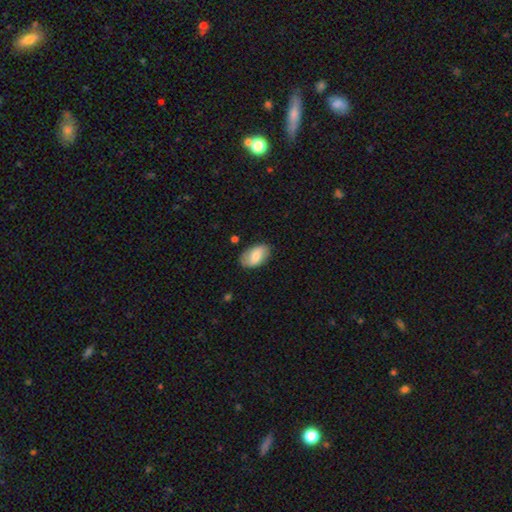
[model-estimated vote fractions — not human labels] smooth_or_featured: smooth (p=0.67) [alt: featured or disk p=0.27]
how_rounded: in between (p=0.92) [alt: round p=0.06]
merging: none (p=0.79) [alt: minor disturbance p=0.16]